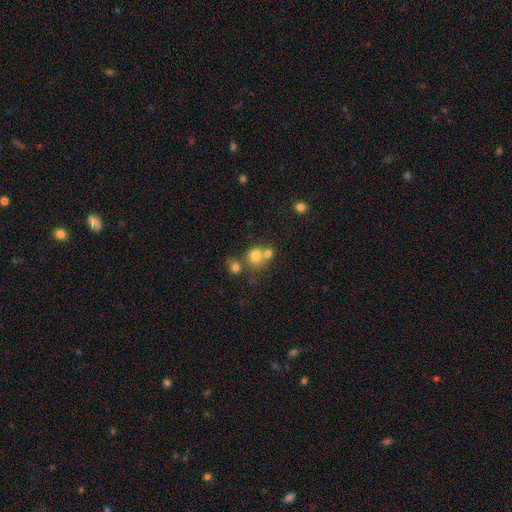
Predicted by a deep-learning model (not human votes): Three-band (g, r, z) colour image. It shows a smooth galaxy with no disk features (75%) that is round (82%). Merging: merger (45%).